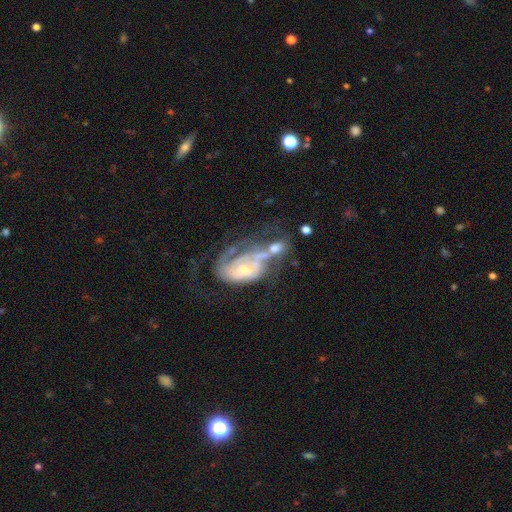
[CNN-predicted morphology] Q: Smooth or featured?
A: featured or disk (71%); runner-up: smooth (18%)
Q: Edge-on disk?
A: no (95%); runner-up: yes (5%)
Q: Bar?
A: no (69%); runner-up: weak (24%)
Q: Spiral arms?
A: yes (74%); runner-up: no (26%)
Q: Spiral winding?
A: tight (45%); runner-up: medium (34%)
Q: Spiral arm count?
A: can't tell (40%); runner-up: 2 (33%)
Q: Bulge size?
A: small (54%); runner-up: moderate (37%)
Q: Merging?
A: merger (40%); runner-up: major disturbance (26%)